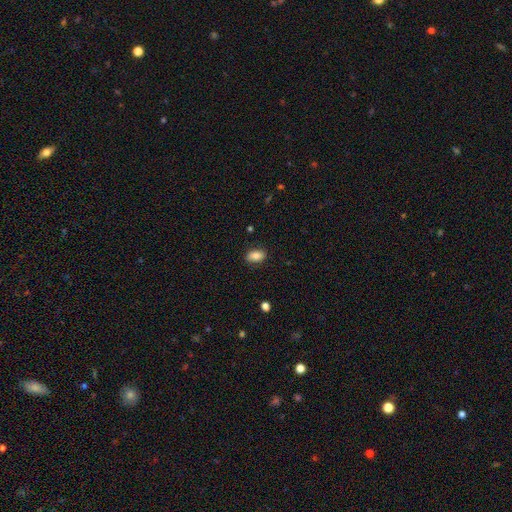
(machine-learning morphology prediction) smooth 84%, star or artifact 8%, featured or disk 8%. Down the decision tree: how rounded — in between (89%); merging — none (86%).